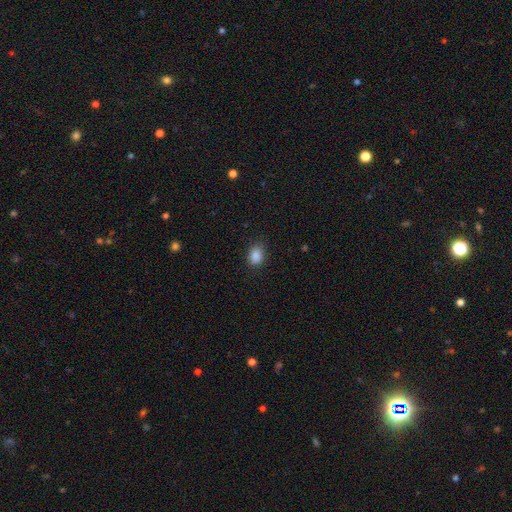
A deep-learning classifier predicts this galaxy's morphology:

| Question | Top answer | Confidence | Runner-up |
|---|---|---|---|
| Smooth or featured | smooth | 87% | star or artifact (9%) |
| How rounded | in between | 71% | round (27%) |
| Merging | none | 83% | minor disturbance (13%) |